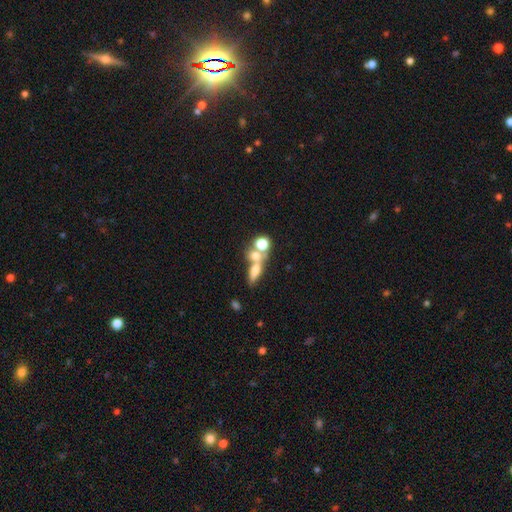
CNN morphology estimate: Smooth or featured?
  - smooth: 62% *
  - featured or disk: 23%
  - star or artifact: 15%
How rounded?
  - in between: 46% *
  - round: 40%
  - cigar-shaped: 15%
Merging?
  - merger: 53% *
  - none: 32%
  - minor disturbance: 8%
  - major disturbance: 7%